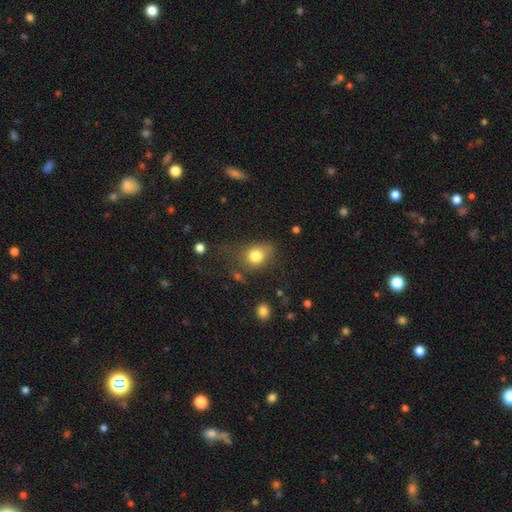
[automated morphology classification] Smooth or featured?
  - smooth: 80% *
  - star or artifact: 11%
  - featured or disk: 9%
How rounded?
  - round: 56% *
  - in between: 43%
  - cigar-shaped: 1%
Merging?
  - none: 55% *
  - minor disturbance: 26%
  - major disturbance: 15%
  - merger: 4%